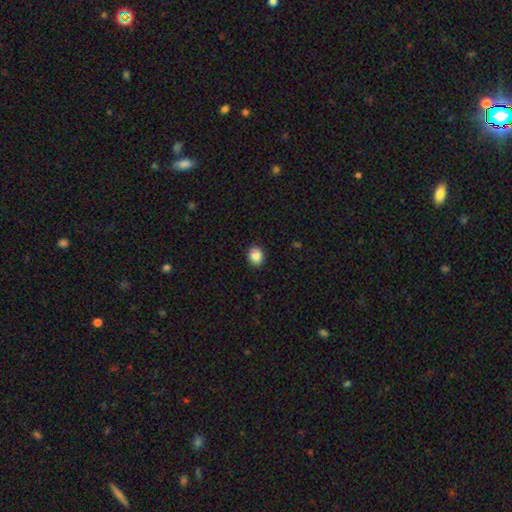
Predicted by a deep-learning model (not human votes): The model was most divided on "how rounded": round: 66%, in between: 33%, cigar-shaped: 1%. More confident: merging — none (90%); smooth or featured — smooth (86%).